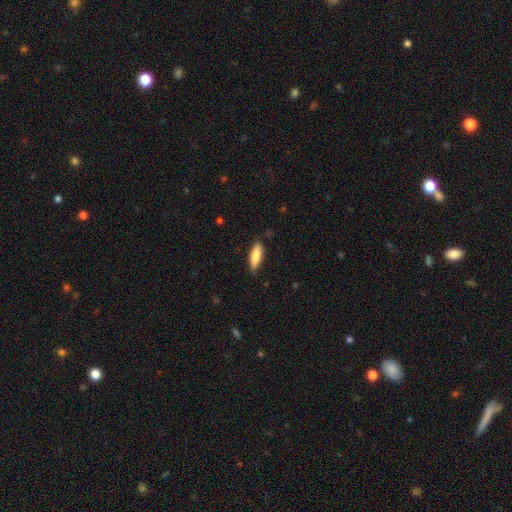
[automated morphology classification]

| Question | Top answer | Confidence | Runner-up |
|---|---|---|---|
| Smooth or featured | smooth | 79% | featured or disk (15%) |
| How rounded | in between | 49% | tied: cigar-shaped (49%) |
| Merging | none | 84% | minor disturbance (12%) |